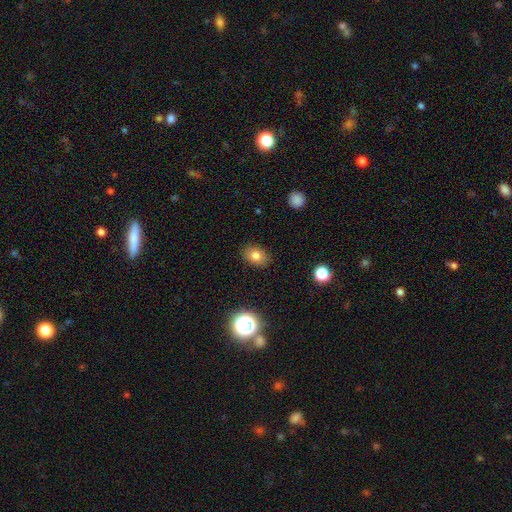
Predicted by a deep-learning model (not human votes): A smooth galaxy with no disk features (79%) that is in between round and cigar-shaped (68%). Merging: none (87%).